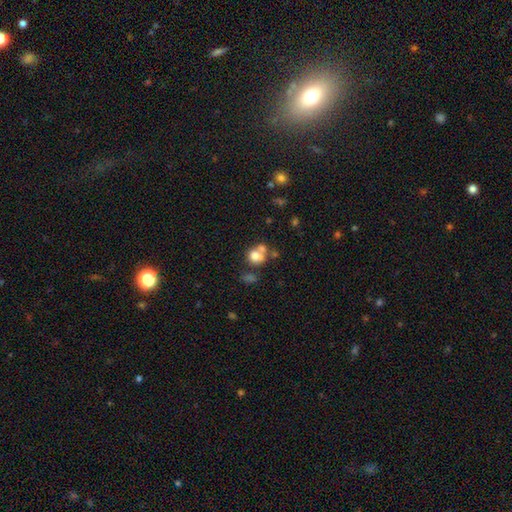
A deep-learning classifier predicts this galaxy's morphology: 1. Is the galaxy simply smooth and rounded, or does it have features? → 71% smooth, 17% featured or disk, 12% star or artifact.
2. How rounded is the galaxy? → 73% round, 26% in between, 1% cigar-shaped.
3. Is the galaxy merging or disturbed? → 45% merger, 38% none, 10% minor disturbance, 7% major disturbance.